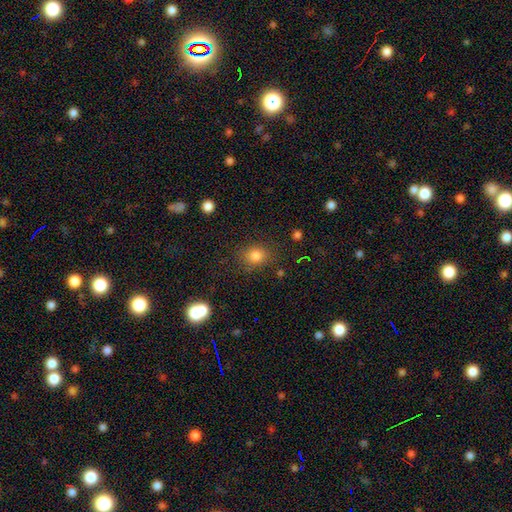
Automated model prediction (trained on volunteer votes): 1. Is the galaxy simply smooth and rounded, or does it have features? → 82% smooth, 12% star or artifact, 6% featured or disk.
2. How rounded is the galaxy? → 67% round, 32% in between, 1% cigar-shaped.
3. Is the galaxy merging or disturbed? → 81% none, 12% minor disturbance, 5% major disturbance, 3% merger.